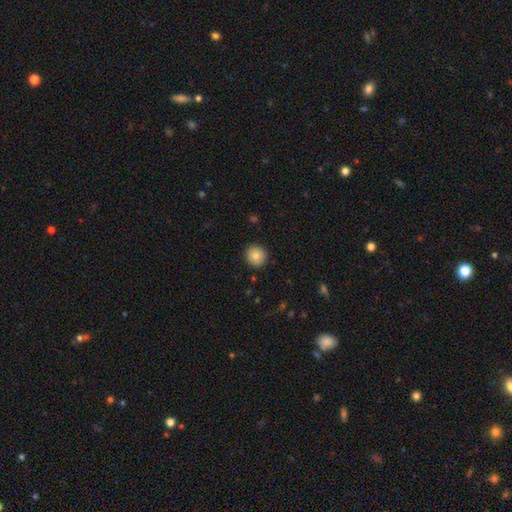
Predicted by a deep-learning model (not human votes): Overall: smooth (82%). How rounded: round (94%). Merging: none (91%).